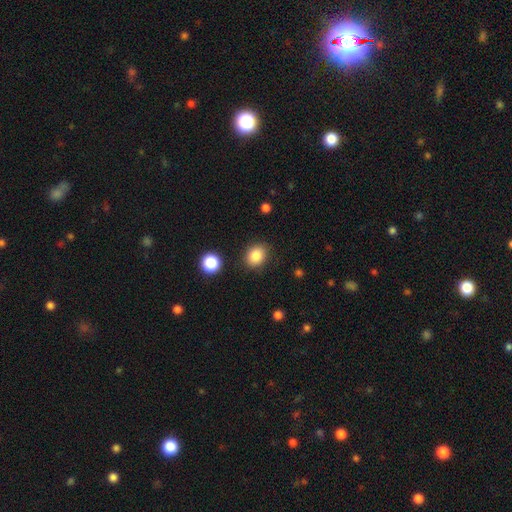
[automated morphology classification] This appears to be a smooth galaxy with no disk features (85%) that is round (51%). Merging: none (86%).